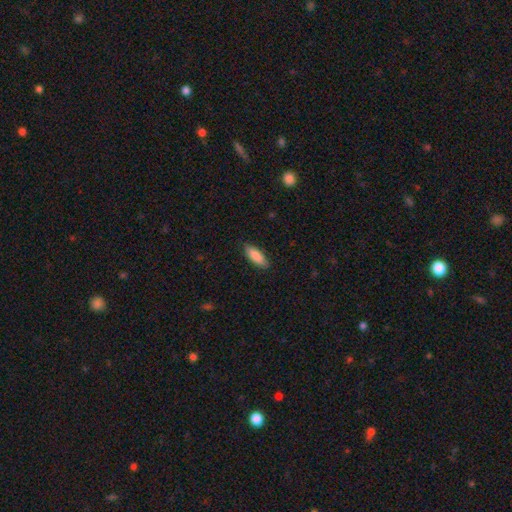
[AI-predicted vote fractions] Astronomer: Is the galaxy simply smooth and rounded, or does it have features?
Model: smooth — 87%.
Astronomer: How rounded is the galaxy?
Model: in between — 66%.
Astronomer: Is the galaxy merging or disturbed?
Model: none — 87%.